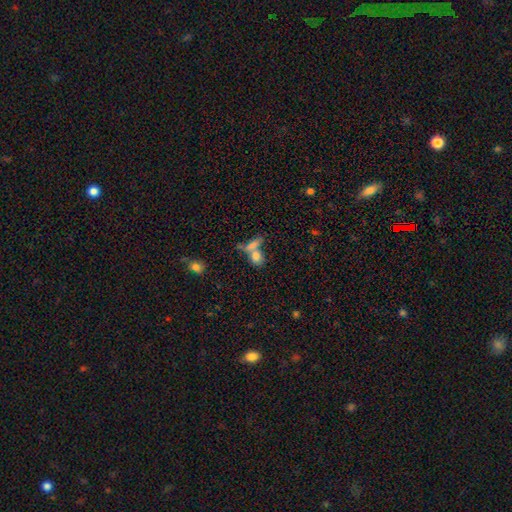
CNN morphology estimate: Overall: smooth (77%). How rounded: in between (51%; round 38%). Merging: merger (46%; none 39%).